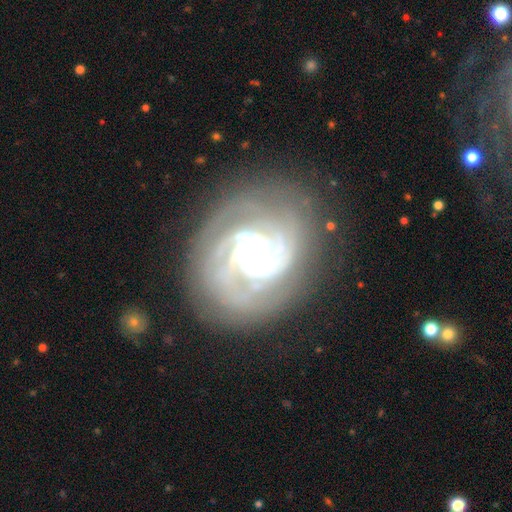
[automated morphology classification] smooth_or_featured: featured or disk (p=0.88) [alt: star or artifact p=0.06]
disk_edge_on: no (p=0.97) [alt: yes p=0.03]
bar: no (p=0.70) [alt: weak p=0.22]
has_spiral_arms: yes (p=0.97) [alt: no p=0.03]
spiral_winding: tight (p=0.74) [alt: medium p=0.22]
spiral_arm_count: 3 (p=0.30) [alt: can't tell p=0.20]
bulge_size: small (p=0.53) [alt: moderate p=0.38]
merging: none (p=0.75) [alt: minor disturbance p=0.15]